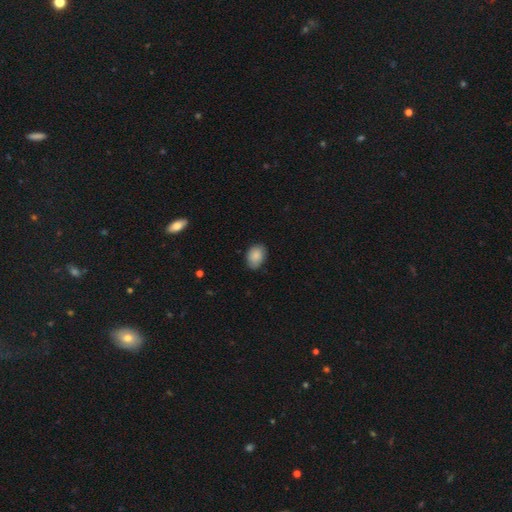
smooth 90%, featured or disk 5%, star or artifact 5%. Down the decision tree: how rounded — in between (68%); merging — none (82%).